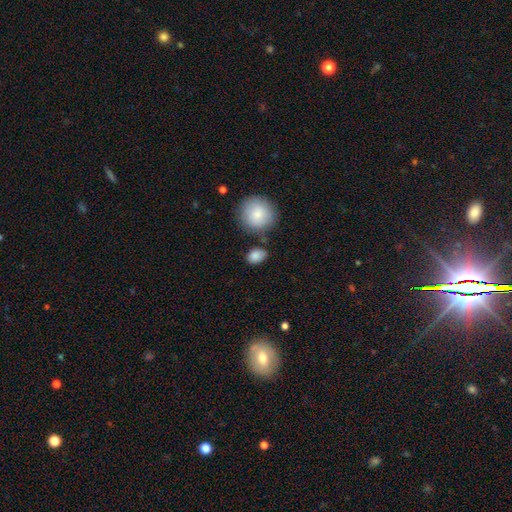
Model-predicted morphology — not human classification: Smooth or featured: smooth — 86% (star or artifact — 8%)
How rounded: in between — 64% (round — 34%)
Merging: none — 71% (minor disturbance — 17%)